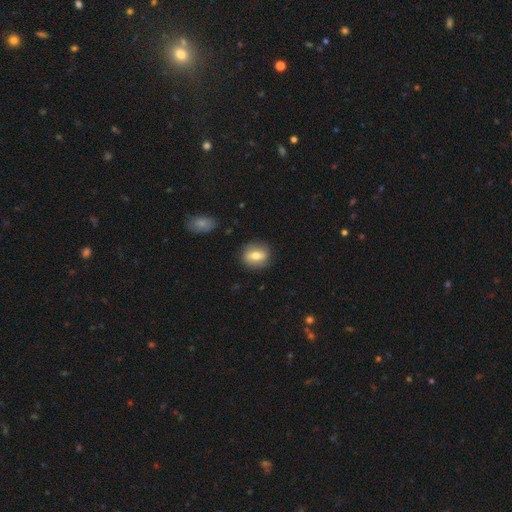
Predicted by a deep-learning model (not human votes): smooth 62%, featured or disk 30%, star or artifact 8%. Down the decision tree: how rounded — round (61%); merging — none (85%).